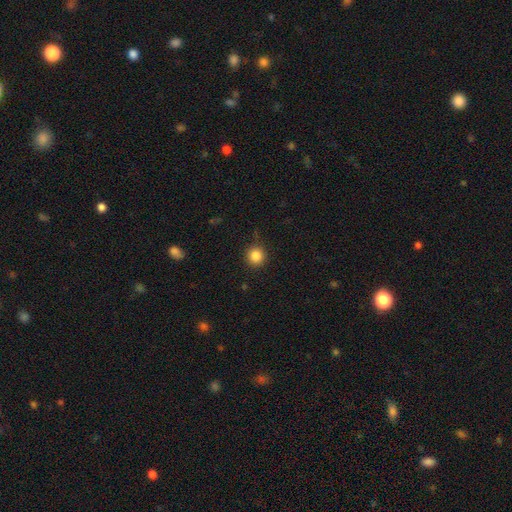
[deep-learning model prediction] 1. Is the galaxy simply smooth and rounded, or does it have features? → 85% smooth, 11% star or artifact, 4% featured or disk.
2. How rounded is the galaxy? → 94% round, 5% in between, 1% cigar-shaped.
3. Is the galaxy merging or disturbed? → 89% none, 8% minor disturbance, 2% major disturbance, 1% merger.